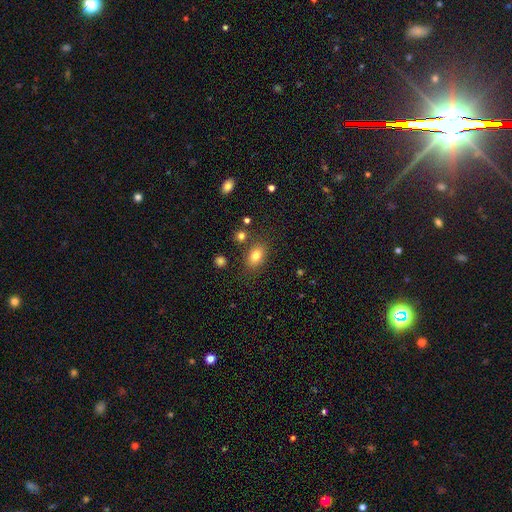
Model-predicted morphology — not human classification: smooth-or-featured: smooth: 79% | star or artifact: 11% | featured or disk: 10%
  how-rounded: in between: 75% | round: 24% | cigar-shaped: 2%
  merging: none: 77% | minor disturbance: 13% | merger: 6% | major disturbance: 4%